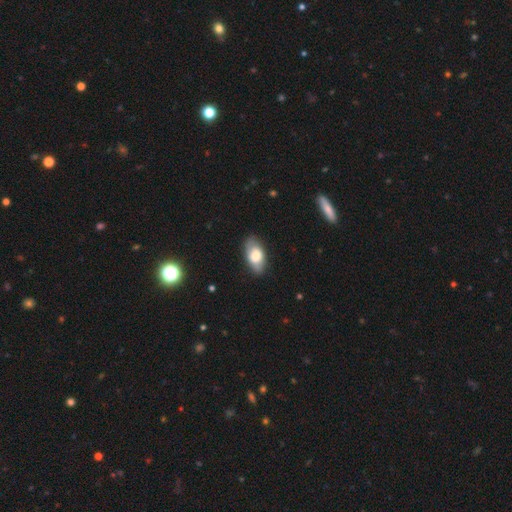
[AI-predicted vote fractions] A smooth galaxy with no disk features (71%) that is in between round and cigar-shaped (92%).

Vote fractions:
- Smooth or featured? smooth: 71% / featured or disk: 22% / star or artifact: 7%
- How rounded? in between: 92% / round: 5% / cigar-shaped: 3%
- Merging? none: 80% / minor disturbance: 16% / major disturbance: 3% / merger: 1%